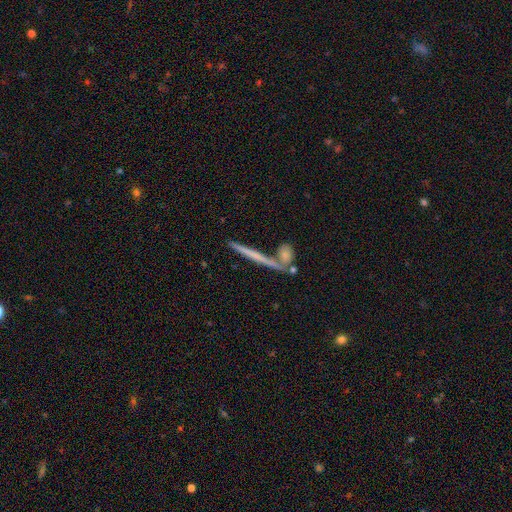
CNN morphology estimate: A featured or disk galaxy (53%) viewed edge-on (93%).

Vote fractions:
- Smooth or featured? featured or disk: 53% / smooth: 39% / star or artifact: 9%
- Edge-on disk? yes: 93% / no: 7%
- Merging? none: 71% / merger: 17% / minor disturbance: 8% / major disturbance: 3%